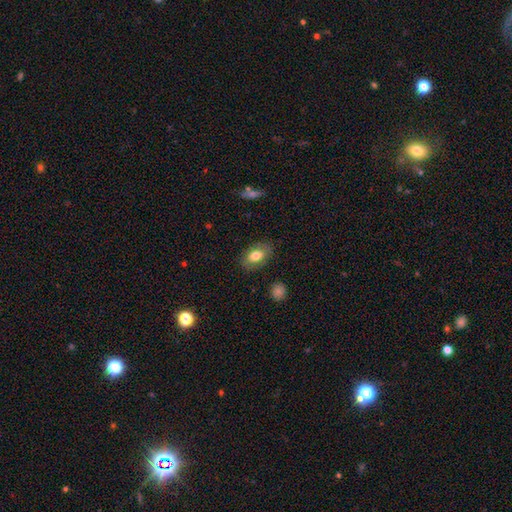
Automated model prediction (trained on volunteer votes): Smooth or featured? Predicted: smooth (p=0.74). How rounded? Predicted: in between (p=0.90). Merging? Predicted: none (p=0.83).